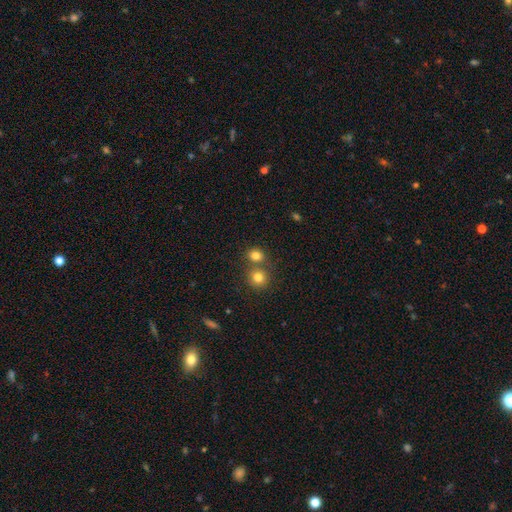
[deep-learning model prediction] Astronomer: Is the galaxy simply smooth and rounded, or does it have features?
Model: smooth — 80%.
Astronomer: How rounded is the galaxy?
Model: round — 75%.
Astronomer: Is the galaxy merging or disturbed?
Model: none — 57% (runner-up: merger, 33%).